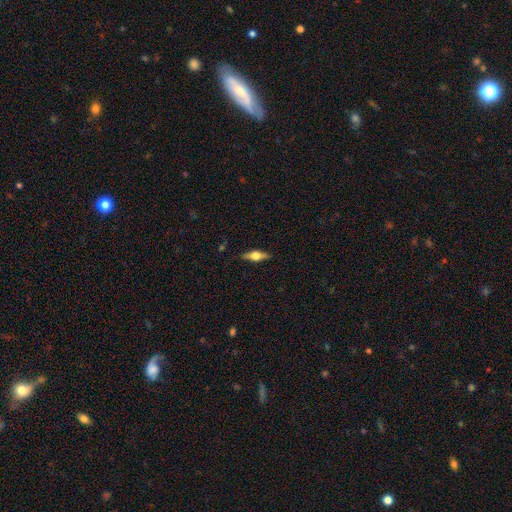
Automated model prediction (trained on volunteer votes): Smooth or featured? Predicted: featured or disk (p=0.54). Edge-on disk? Predicted: yes (p=0.93). Edge-on bulge? Predicted: rounded (p=0.94). Merging? Predicted: none (p=0.87).